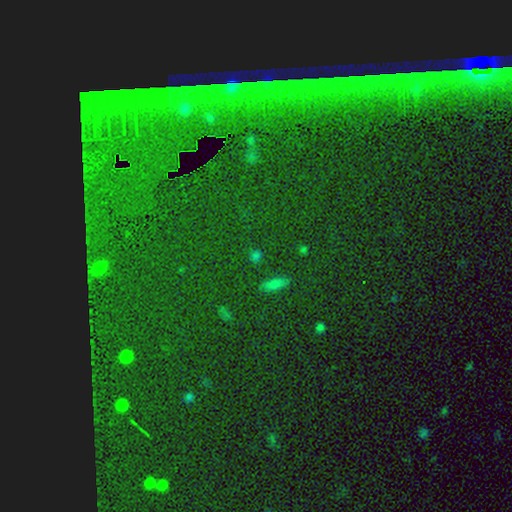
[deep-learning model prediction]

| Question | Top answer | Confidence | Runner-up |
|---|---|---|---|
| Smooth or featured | smooth | 52% | star or artifact (38%) |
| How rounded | in between | 53% | cigar-shaped (33%) |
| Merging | none | 86% | minor disturbance (8%) |